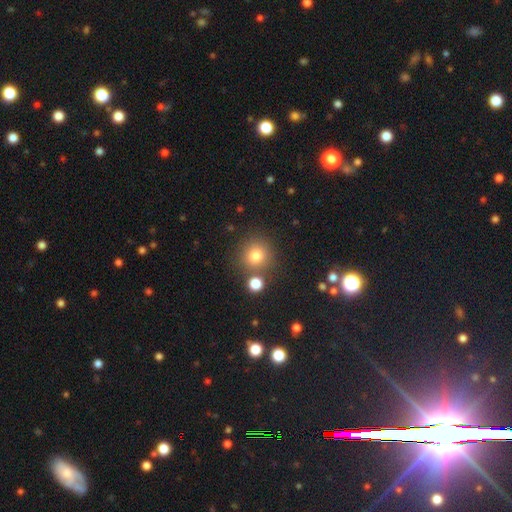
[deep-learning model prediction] Smooth or featured? Predicted: smooth (p=0.78). How rounded? Predicted: round (p=0.91). Merging? Predicted: none (p=0.76).